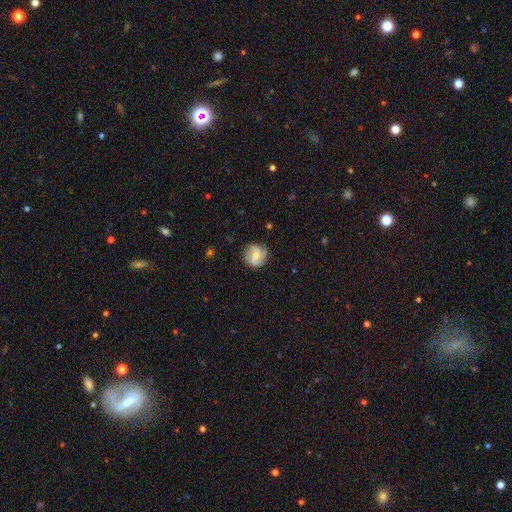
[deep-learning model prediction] A featured or disk galaxy (49%). Merging: none (78%).